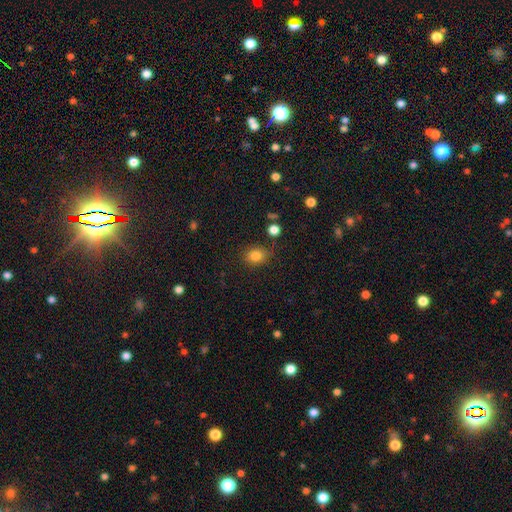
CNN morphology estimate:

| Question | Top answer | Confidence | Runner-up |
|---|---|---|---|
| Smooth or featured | smooth | 82% | star or artifact (11%) |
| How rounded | round | 55% | in between (44%) |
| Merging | none | 77% | minor disturbance (16%) |